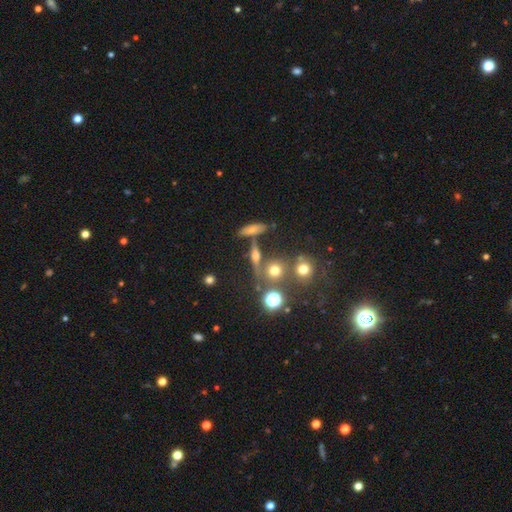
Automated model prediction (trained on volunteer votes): smooth 44%, featured or disk 30%, star or artifact 26%. Down the decision tree: merging — none (61%).